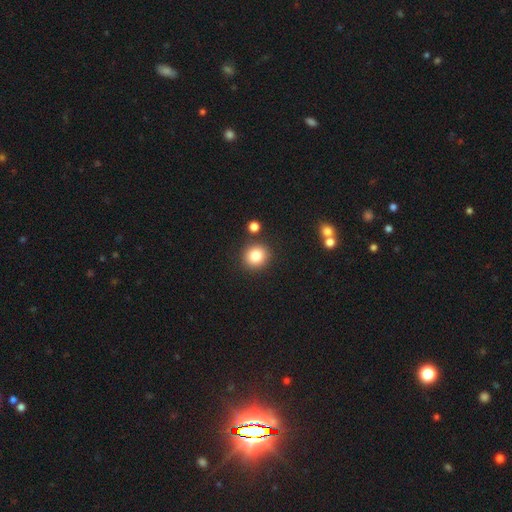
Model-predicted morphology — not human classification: smooth 83%, star or artifact 11%, featured or disk 6%. Down the decision tree: how rounded — round (88%); merging — none (85%).